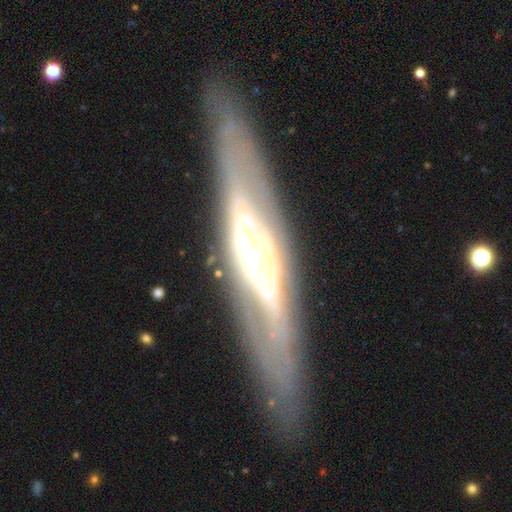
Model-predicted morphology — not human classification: Smooth or featured? featured or disk (83%)
Edge-on disk? yes (68%)
Edge-on bulge? rounded (81%)
Merging? none (85%)